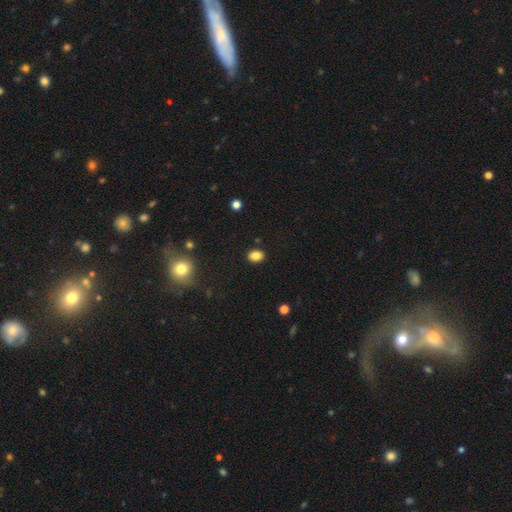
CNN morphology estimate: Smooth or featured? Predicted: smooth (p=0.85). How rounded? Predicted: in between (p=0.65). Merging? Predicted: none (p=0.88).